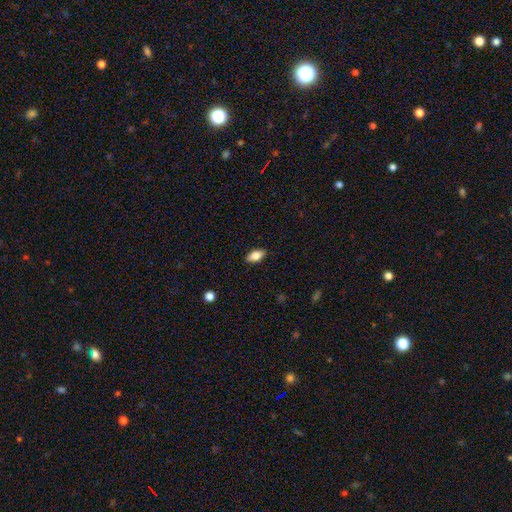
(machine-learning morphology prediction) A smooth galaxy with no disk features (80%) that is in between round and cigar-shaped (88%).

Vote fractions:
- Smooth or featured? smooth: 80% / featured or disk: 13% / star or artifact: 7%
- How rounded? in between: 88% / cigar-shaped: 8% / round: 4%
- Merging? none: 88% / minor disturbance: 9% / major disturbance: 2% / merger: 1%